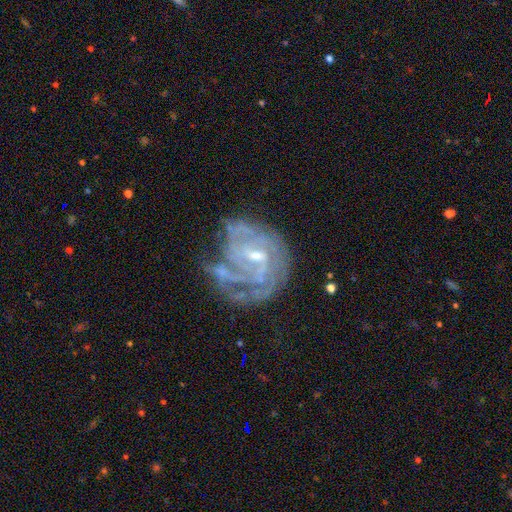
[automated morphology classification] featured or disk 85%, smooth 7%, star or artifact 7%. Down the decision tree: edge-on disk — no (98%); bar — weak (54%); spiral arms — yes (92%); spiral arm count — can't tell (37%); spiral winding — tight (64%); bulge size — small (64%); merging — none (43%).